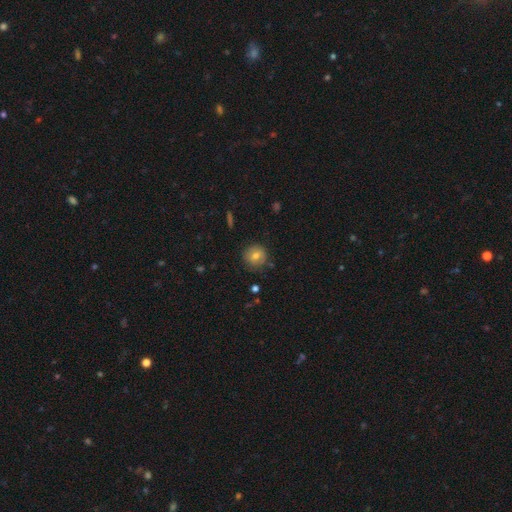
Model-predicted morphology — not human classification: smooth-or-featured: smooth: 73% | featured or disk: 17% | star or artifact: 10%
  how-rounded: round: 91% | in between: 8% | cigar-shaped: 1%
  merging: none: 83% | minor disturbance: 12% | major disturbance: 3% | merger: 2%